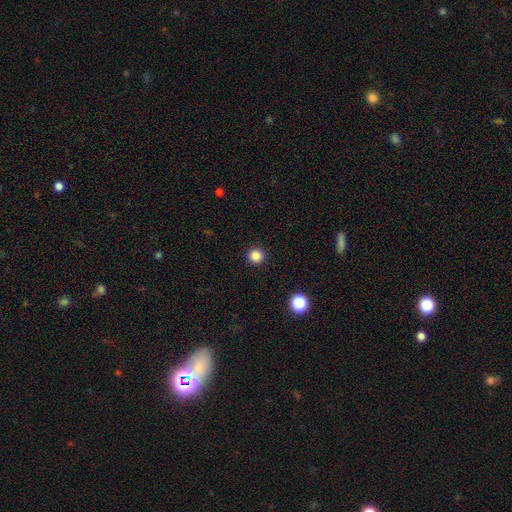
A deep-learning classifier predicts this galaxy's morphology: Q: Smooth or featured?
A: smooth (85%); runner-up: star or artifact (12%)
Q: How rounded?
A: round (94%); runner-up: in between (5%)
Q: Merging?
A: none (93%); runner-up: minor disturbance (4%)